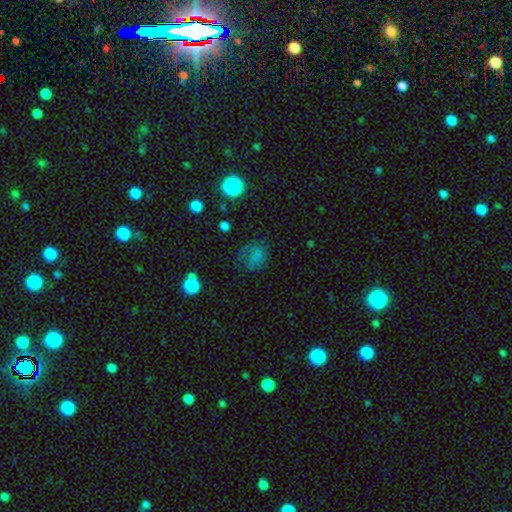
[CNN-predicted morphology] smooth-or-featured: smooth: 54% | featured or disk: 26% | star or artifact: 19%
  how-rounded: round: 52% | in between: 46% | cigar-shaped: 1%
  merging: none: 50% | minor disturbance: 23% | major disturbance: 23% | merger: 3%